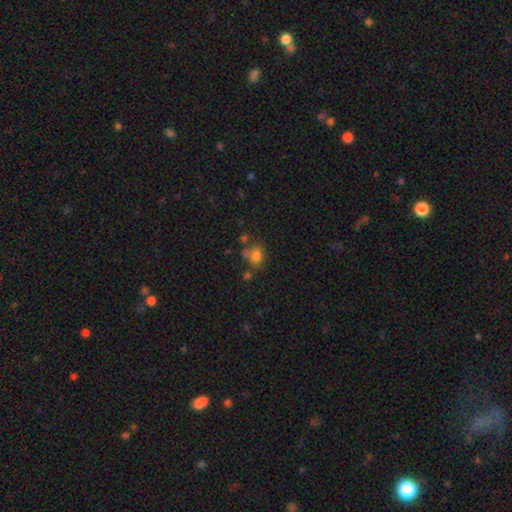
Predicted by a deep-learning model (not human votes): Overall: smooth (76%). How rounded: round (60%; in between 39%). Merging: none (51%; merger 21%).